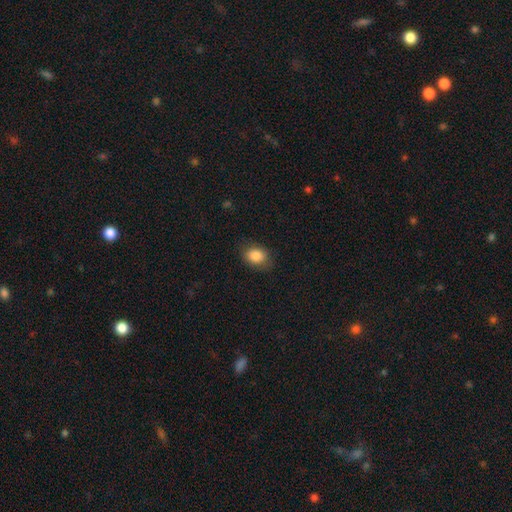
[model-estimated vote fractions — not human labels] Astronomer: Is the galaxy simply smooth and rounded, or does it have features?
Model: smooth — 85%.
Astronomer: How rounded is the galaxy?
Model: in between — 66%.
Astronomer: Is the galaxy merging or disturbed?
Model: none — 79%.